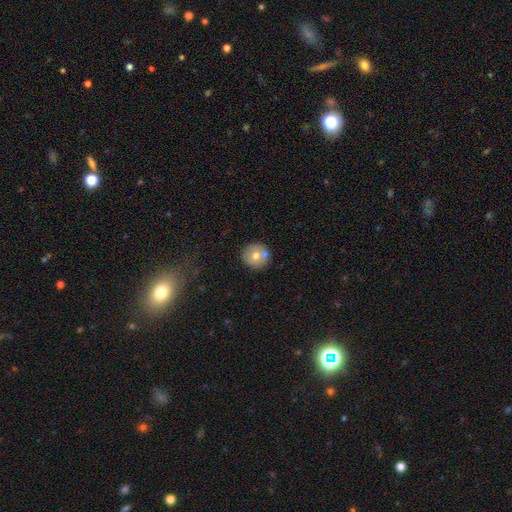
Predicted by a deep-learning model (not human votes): Smooth or featured? Predicted: smooth (p=0.67). How rounded? Predicted: round (p=0.94). Merging? Predicted: none (p=0.73).